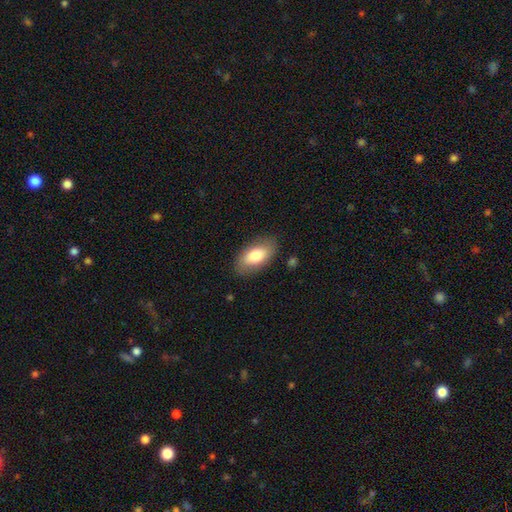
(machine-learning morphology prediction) The model was most divided on "smooth or featured": smooth: 77%, featured or disk: 17%, star or artifact: 6%. More confident: how rounded — in between (93%); merging — none (82%).